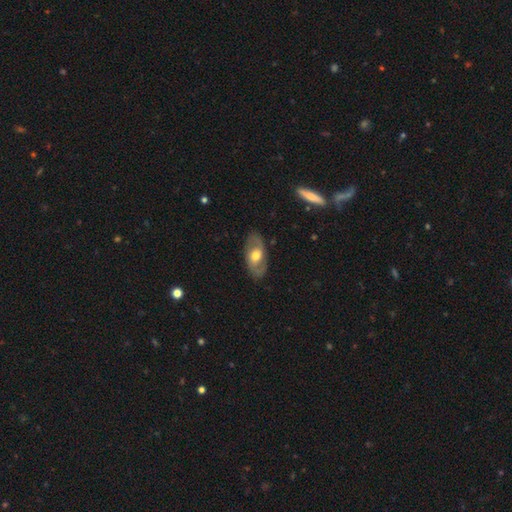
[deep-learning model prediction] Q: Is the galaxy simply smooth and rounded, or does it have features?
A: featured or disk — 63%.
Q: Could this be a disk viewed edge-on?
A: no — 89%.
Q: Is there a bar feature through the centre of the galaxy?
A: no — 59%.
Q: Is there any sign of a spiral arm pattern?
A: yes — 70%.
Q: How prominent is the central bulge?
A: moderate — 72%.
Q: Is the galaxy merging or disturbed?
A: none — 83%.